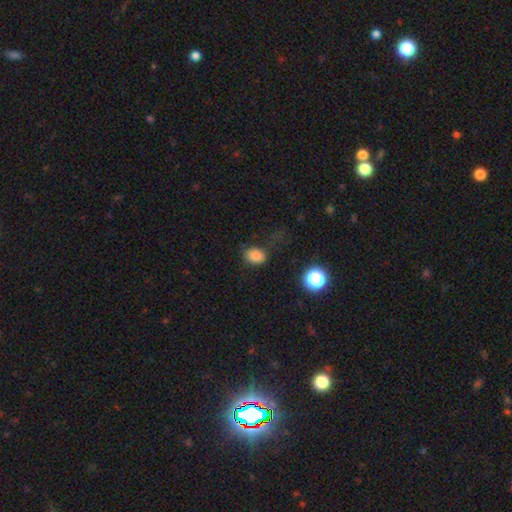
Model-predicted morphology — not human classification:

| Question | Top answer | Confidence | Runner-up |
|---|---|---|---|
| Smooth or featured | smooth | 82% | star or artifact (13%) |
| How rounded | in between | 55% | round (44%) |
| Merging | none | 67% | minor disturbance (21%) |